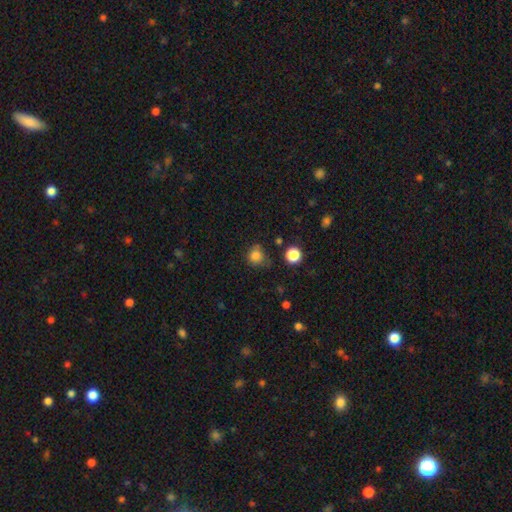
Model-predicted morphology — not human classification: smooth-or-featured: smooth: 82% | star or artifact: 13% | featured or disk: 5%
  how-rounded: round: 85% | in between: 14% | cigar-shaped: 1%
  merging: none: 67% | minor disturbance: 23% | major disturbance: 6% | merger: 4%